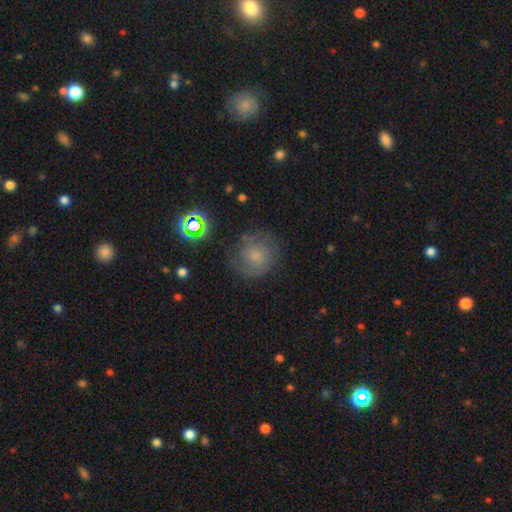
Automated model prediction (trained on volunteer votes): Q: Smooth or featured?
A: featured or disk (44%); runner-up: smooth (42%)
Q: Merging?
A: none (72%); runner-up: minor disturbance (18%)